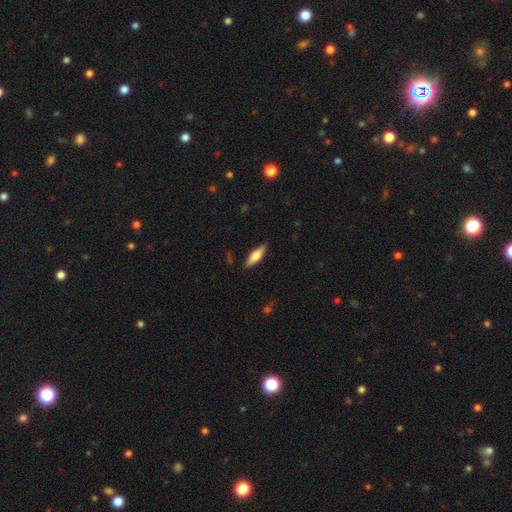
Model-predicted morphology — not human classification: smooth 64%, featured or disk 30%, star or artifact 6%. Down the decision tree: how rounded — cigar-shaped (55%); merging — none (87%).